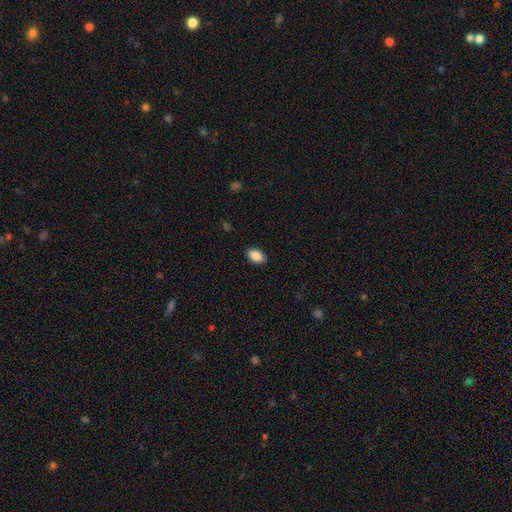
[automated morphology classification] smooth 89%, star or artifact 7%, featured or disk 4%. Down the decision tree: how rounded — in between (91%); merging — none (87%).